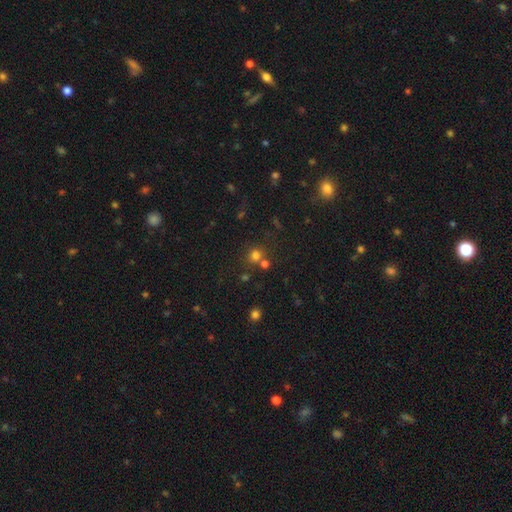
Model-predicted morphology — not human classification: Smooth or featured?
  - smooth: 71% *
  - star or artifact: 21%
  - featured or disk: 8%
How rounded?
  - round: 84% *
  - in between: 15%
  - cigar-shaped: 1%
Merging?
  - none: 63% *
  - merger: 24%
  - minor disturbance: 8%
  - major disturbance: 4%